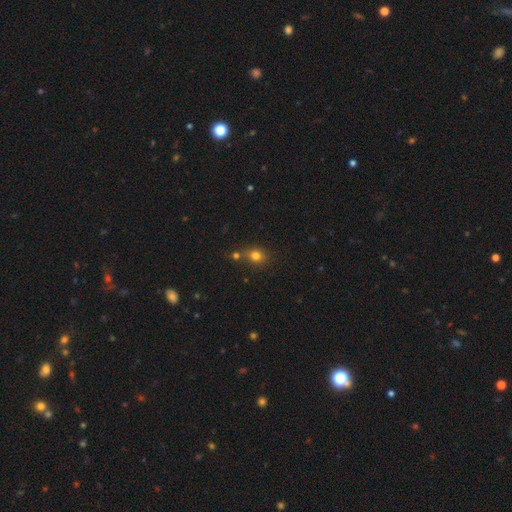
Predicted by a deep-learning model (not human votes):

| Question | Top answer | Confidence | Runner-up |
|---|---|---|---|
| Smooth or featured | smooth | 77% | star or artifact (15%) |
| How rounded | round | 69% | in between (30%) |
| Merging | none | 62% | merger (21%) |